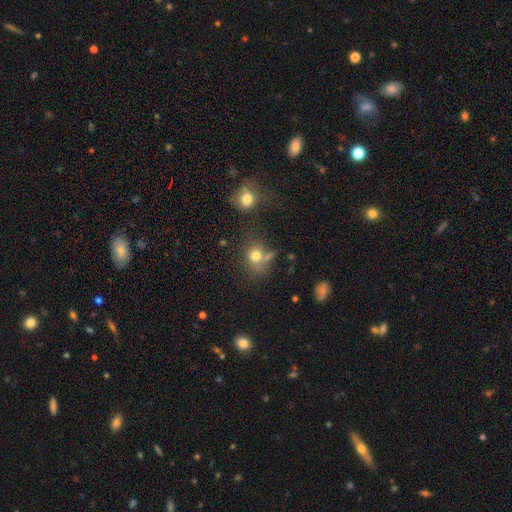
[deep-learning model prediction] Smooth or featured: smooth — 74% (star or artifact — 15%)
How rounded: round — 71% (in between — 28%)
Merging: none — 53% (merger — 19%)